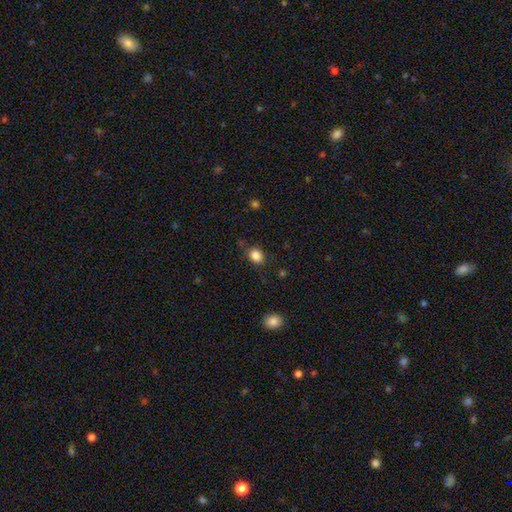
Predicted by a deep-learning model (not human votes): smooth_or_featured: smooth (p=0.85) [alt: star or artifact p=0.10]
how_rounded: round (p=0.51) [alt: in between p=0.48]
merging: none (p=0.81) [alt: minor disturbance p=0.13]